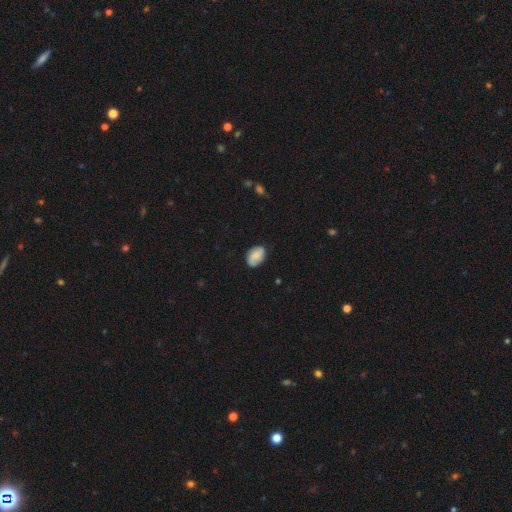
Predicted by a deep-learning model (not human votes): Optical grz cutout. It shows a smooth galaxy with no disk features (67%) that is in between round and cigar-shaped (82%). Merging: none (78%).